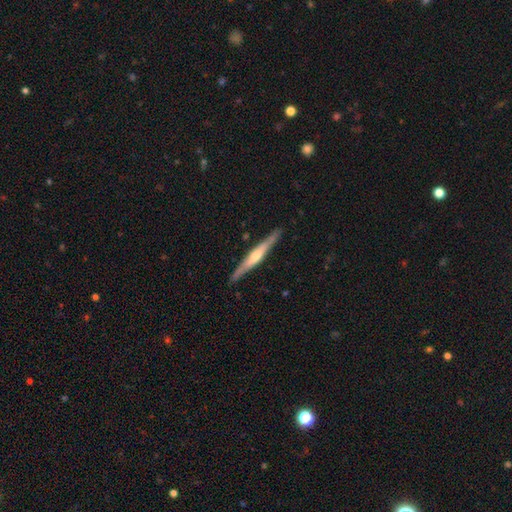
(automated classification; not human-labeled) A featured or disk galaxy (72%) viewed edge-on (97%) with a rounded central bulge (71%). Merging: none (90%).